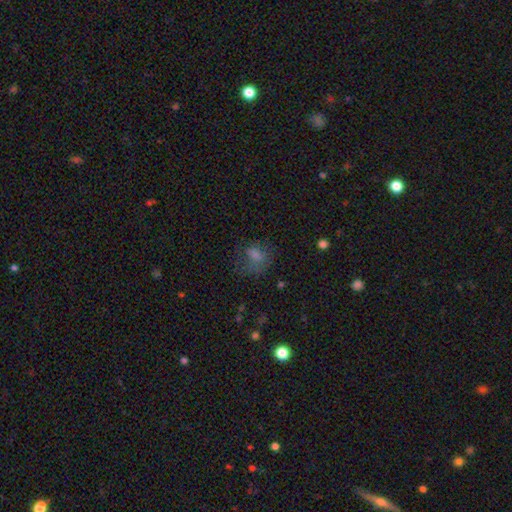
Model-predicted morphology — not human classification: Q: Smooth or featured?
A: smooth (68%); runner-up: featured or disk (16%)
Q: How rounded?
A: in between (57%); runner-up: round (41%)
Q: Merging?
A: none (42%); runner-up: major disturbance (31%)